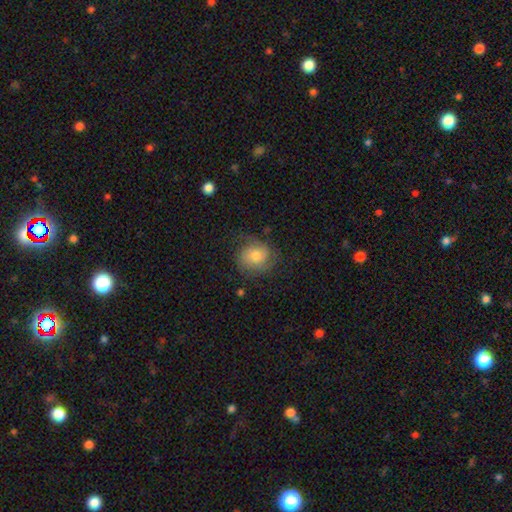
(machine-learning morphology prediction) Smooth or featured: smooth — 52% (featured or disk — 40%)
How rounded: round — 77% (in between — 22%)
Merging: none — 63% (minor disturbance — 23%)